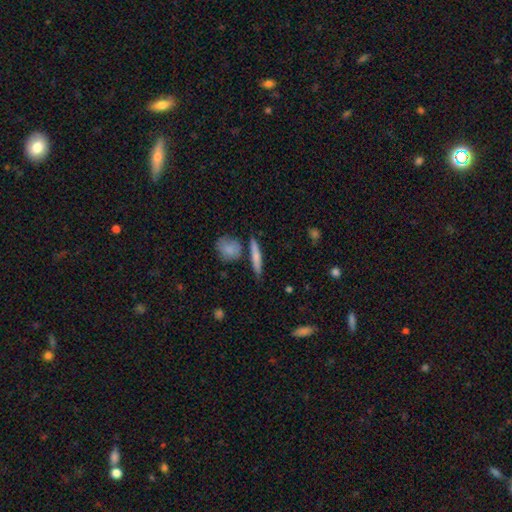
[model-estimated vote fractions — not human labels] Morphology: type=smooth (66%); roundness=cigar-shaped (84%); merging=none (77%).